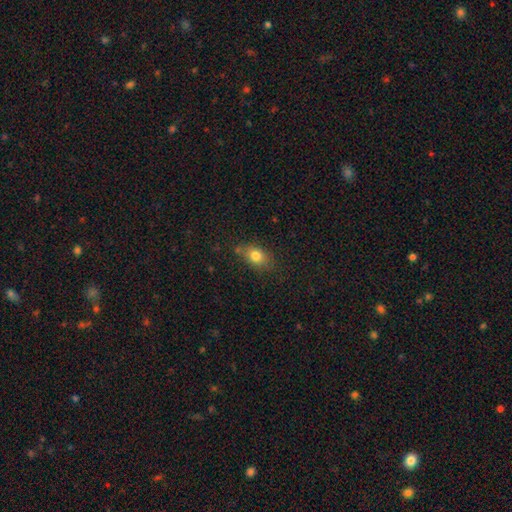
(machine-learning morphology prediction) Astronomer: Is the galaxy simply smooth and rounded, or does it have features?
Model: smooth — 80%.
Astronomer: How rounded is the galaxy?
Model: in between — 73%.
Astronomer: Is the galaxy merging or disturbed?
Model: none — 69%.